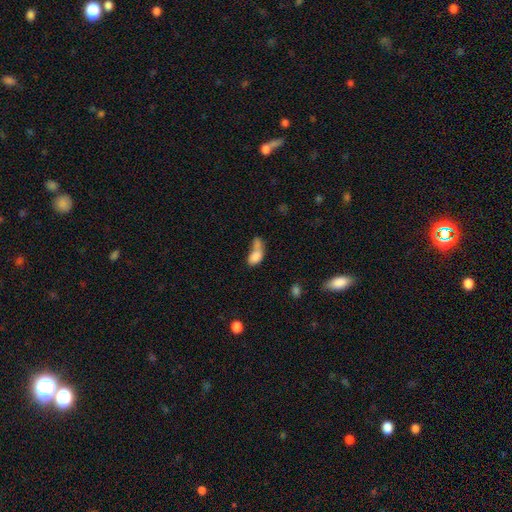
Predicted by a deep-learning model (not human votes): Smooth or featured? Predicted: smooth (p=0.79). How rounded? Predicted: in between (p=0.84). Merging? Predicted: merger (p=0.58).